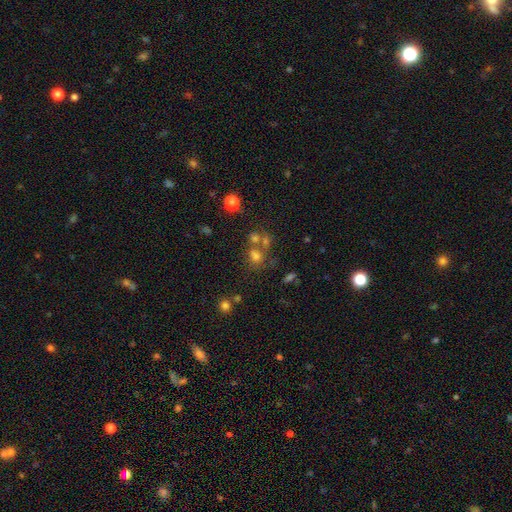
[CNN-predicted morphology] type=smooth (61%); roundness=round (58%); merging=none (45%).